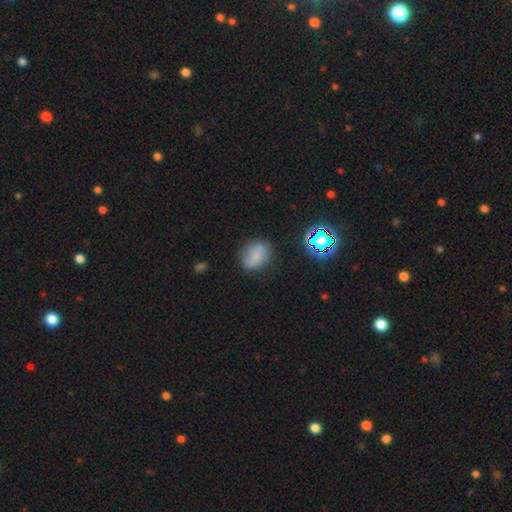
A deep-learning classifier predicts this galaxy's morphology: This is likely a smooth galaxy (70%). How rounded: possibly in between (52%). Merging: likely none (75%).